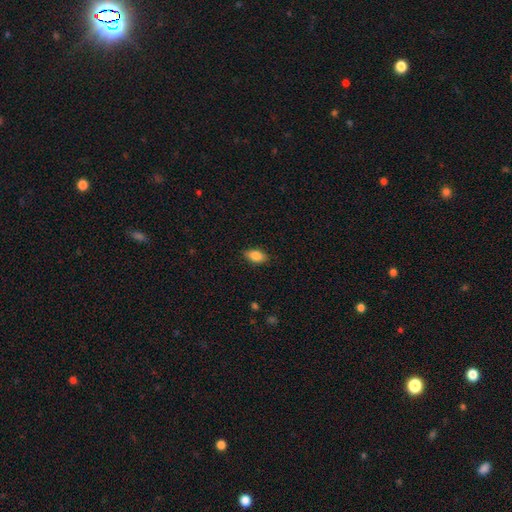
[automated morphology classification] Q: Smooth or featured?
A: smooth (84%); runner-up: featured or disk (8%)
Q: How rounded?
A: in between (89%); runner-up: round (5%)
Q: Merging?
A: none (87%); runner-up: minor disturbance (10%)